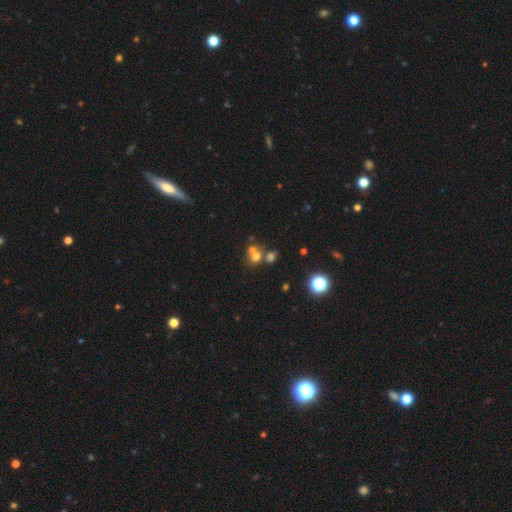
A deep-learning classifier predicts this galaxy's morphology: The model was most divided on "merging": merger: 53%, none: 35%, minor disturbance: 7%, major disturbance: 4%. More confident: how rounded — round (69%); smooth or featured — smooth (63%).